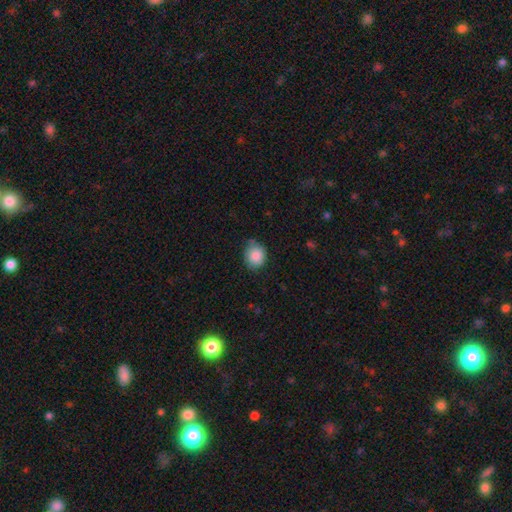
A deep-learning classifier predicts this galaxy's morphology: type=smooth (87%); roundness=round (76%); merging=none (70%).